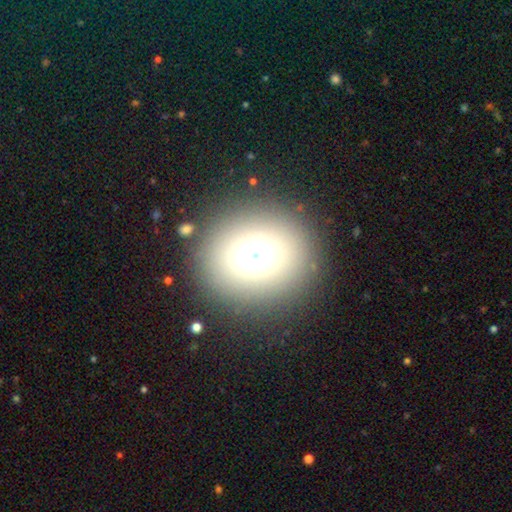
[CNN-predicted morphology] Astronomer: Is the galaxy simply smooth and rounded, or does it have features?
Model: smooth — 64%.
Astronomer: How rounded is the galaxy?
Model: round — 78%.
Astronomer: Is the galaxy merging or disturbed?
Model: none — 85%.